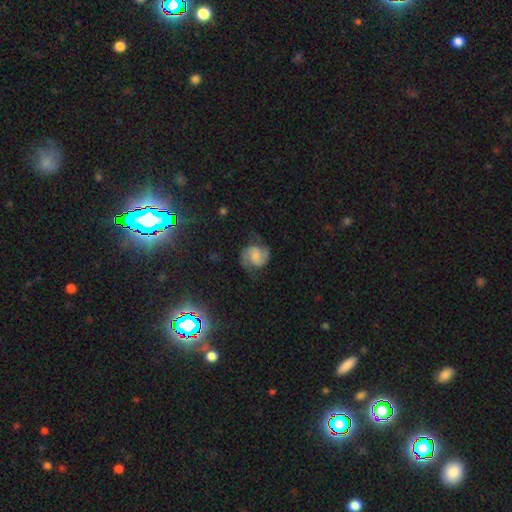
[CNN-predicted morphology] Q: Smooth or featured?
A: featured or disk (74%); runner-up: smooth (17%)
Q: Edge-on disk?
A: no (98%); runner-up: yes (2%)
Q: Bar?
A: no (56%); runner-up: weak (35%)
Q: Spiral arms?
A: yes (95%); runner-up: no (5%)
Q: Spiral winding?
A: medium (52%); runner-up: tight (26%)
Q: Spiral arm count?
A: 2 (90%); runner-up: can't tell (5%)
Q: Bulge size?
A: small (43%); runner-up: moderate (26%)
Q: Merging?
A: none (71%); runner-up: minor disturbance (18%)